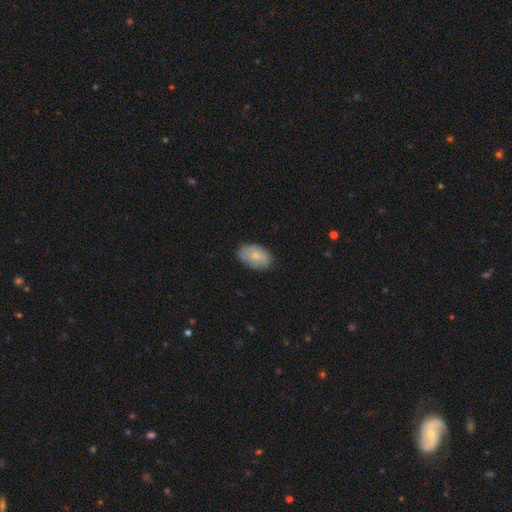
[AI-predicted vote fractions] This appears to be a smooth galaxy with no disk features (75%) that is in between round and cigar-shaped (90%). Merging: none (80%).